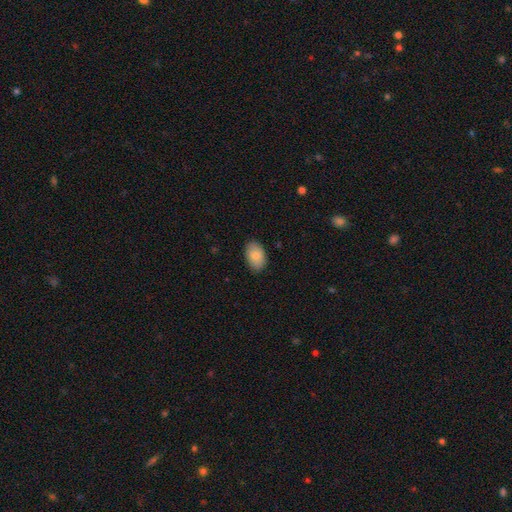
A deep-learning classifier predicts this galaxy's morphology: Q: Smooth or featured?
A: smooth (84%); runner-up: featured or disk (9%)
Q: How rounded?
A: in between (90%); runner-up: round (9%)
Q: Merging?
A: none (87%); runner-up: minor disturbance (10%)